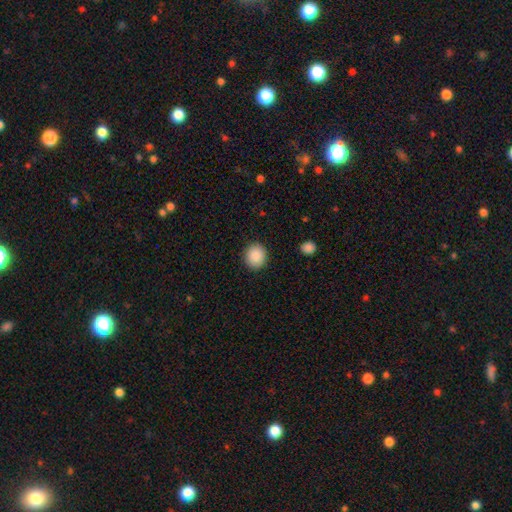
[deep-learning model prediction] smooth 89%, star or artifact 8%, featured or disk 3%. Down the decision tree: how rounded — round (77%); merging — none (91%).